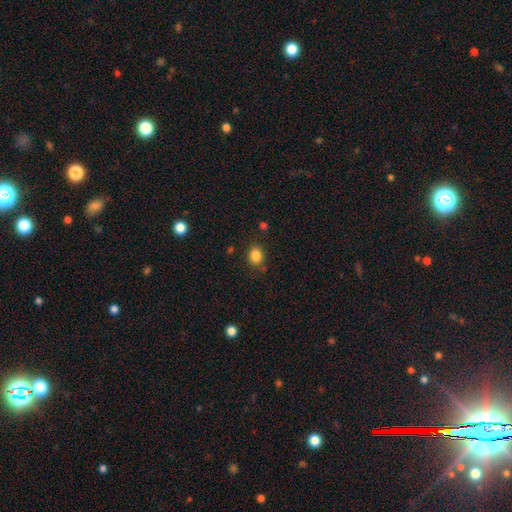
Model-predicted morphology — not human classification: This appears to be a smooth galaxy with no disk features (84%) that is round (64%). Merging: none (82%).